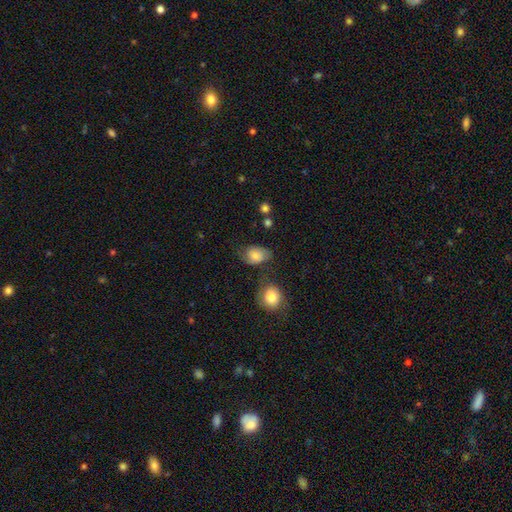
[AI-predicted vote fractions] This appears to be a smooth galaxy with no disk features (76%) that is in between round and cigar-shaped (74%). Merging: none (49%).